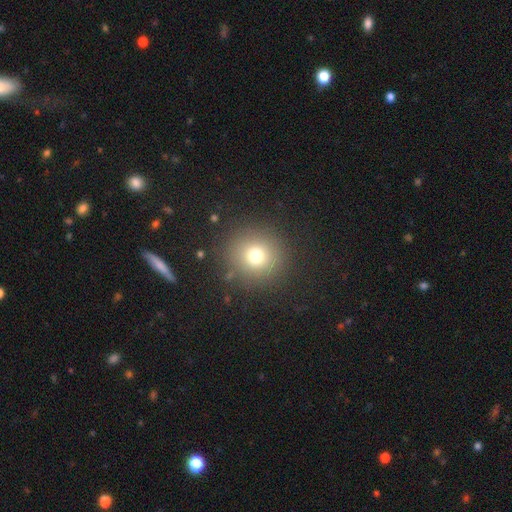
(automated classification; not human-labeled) smooth_or_featured: smooth (p=0.73) [alt: star or artifact p=0.17]
how_rounded: round (p=0.92) [alt: in between p=0.07]
merging: none (p=0.87) [alt: minor disturbance p=0.07]